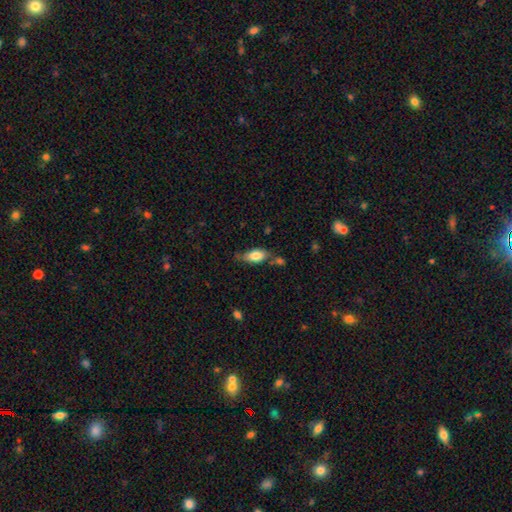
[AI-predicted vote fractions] Smooth or featured?
  - smooth: 77% *
  - featured or disk: 16%
  - star or artifact: 7%
How rounded?
  - in between: 87% *
  - cigar-shaped: 9%
  - round: 4%
Merging?
  - none: 58% *
  - minor disturbance: 24%
  - merger: 12%
  - major disturbance: 7%